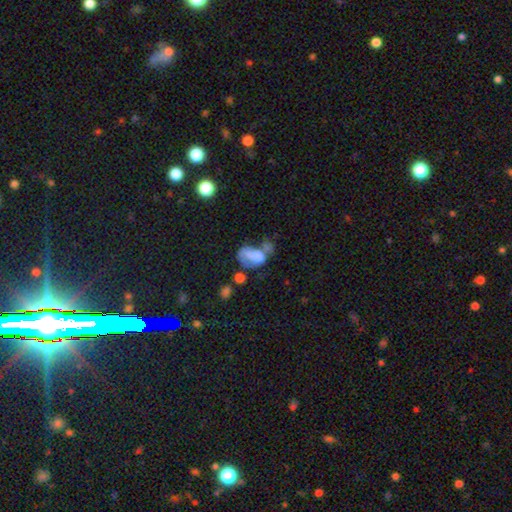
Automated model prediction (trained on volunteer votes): This appears to be a smooth galaxy with no disk features (55%) that is in between round and cigar-shaped (82%). Merging: merger (38%).